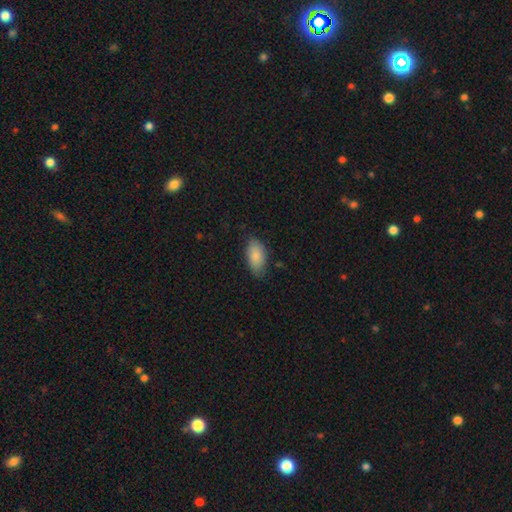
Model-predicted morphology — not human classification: Overall: smooth (84%). How rounded: in between (93%). Merging: none (73%).